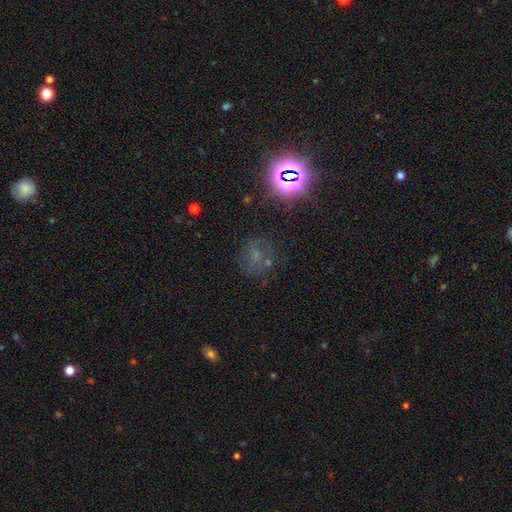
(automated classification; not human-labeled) Overall: star or artifact (43%; smooth 35%).